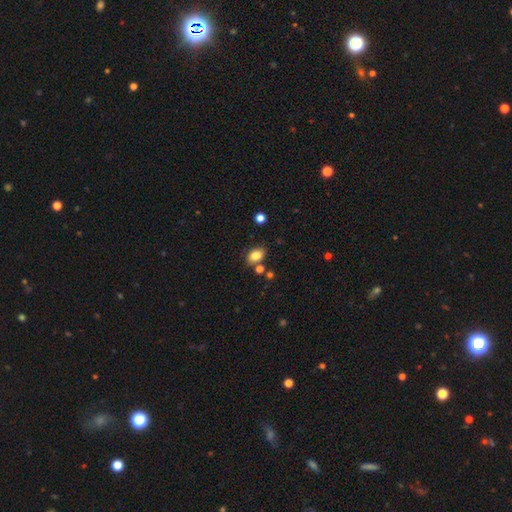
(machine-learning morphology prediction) Smooth or featured: smooth — 83% (star or artifact — 10%)
How rounded: in between — 80% (round — 19%)
Merging: none — 74% (minor disturbance — 14%)